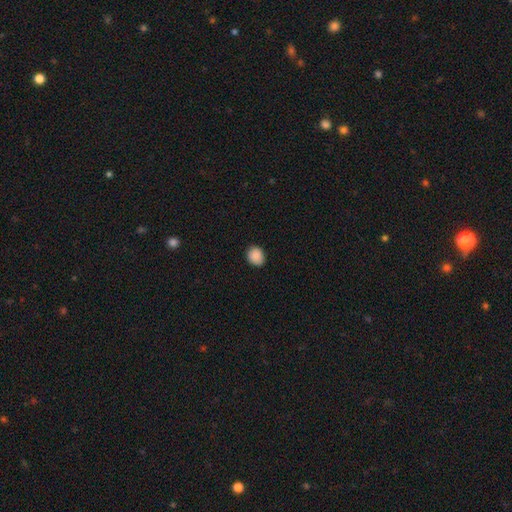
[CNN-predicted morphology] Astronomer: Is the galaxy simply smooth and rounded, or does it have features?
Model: smooth — 89%.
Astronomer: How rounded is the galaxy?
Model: round — 65%.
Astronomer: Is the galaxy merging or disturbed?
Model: none — 84%.